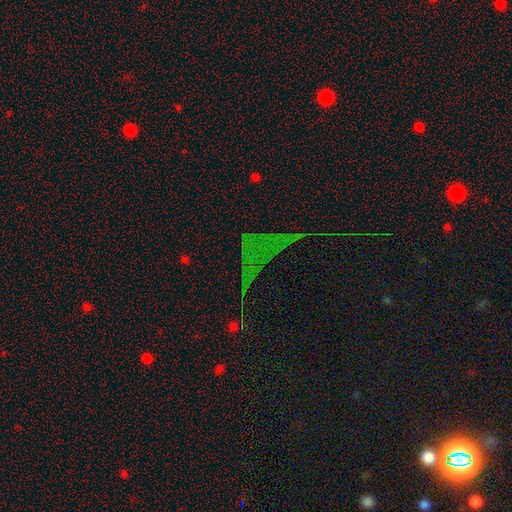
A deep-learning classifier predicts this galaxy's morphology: Smooth or featured? star or artifact (72%)